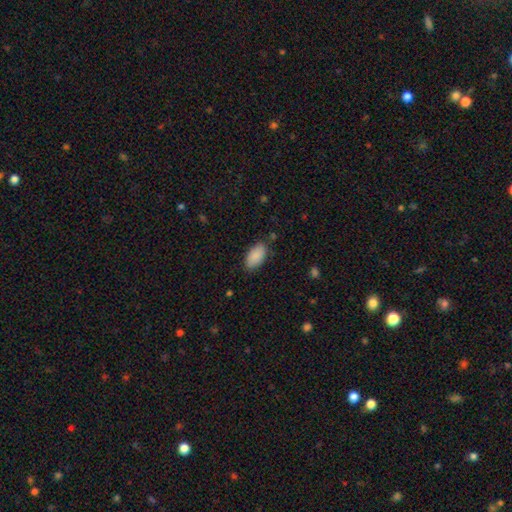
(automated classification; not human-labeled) A smooth galaxy with no disk features (89%) that is in between round and cigar-shaped (95%). Merging: none (84%).